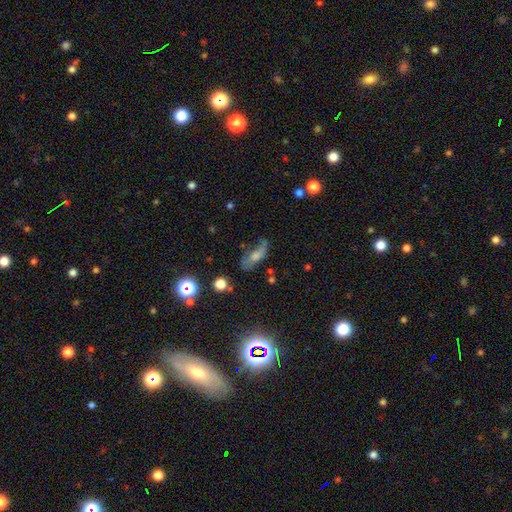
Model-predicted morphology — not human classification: Smooth or featured: featured or disk — 43% (smooth — 39%)
Merging: none — 50% (minor disturbance — 27%)